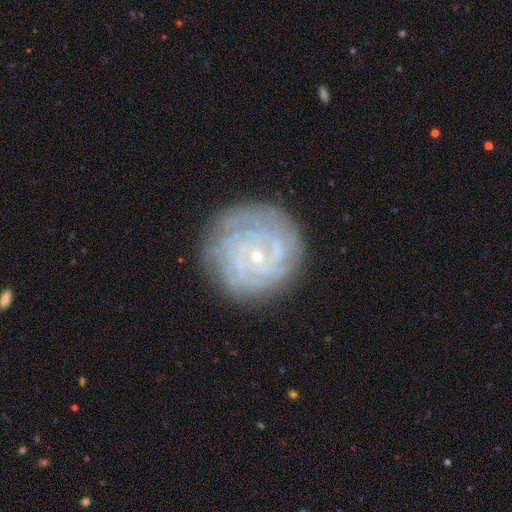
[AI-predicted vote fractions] The model was most divided on "spiral arm count": can't tell: 38%, 3: 16%, 4: 15%, 2: 15%, more than 4: 9%, 1: 7%. More confident: edge-on disk — no (98%); spiral arms — yes (93%); bulge size — small (83%); spiral winding — tight (81%); smooth or featured — featured or disk (80%); merging — none (79%); bar — no (76%).